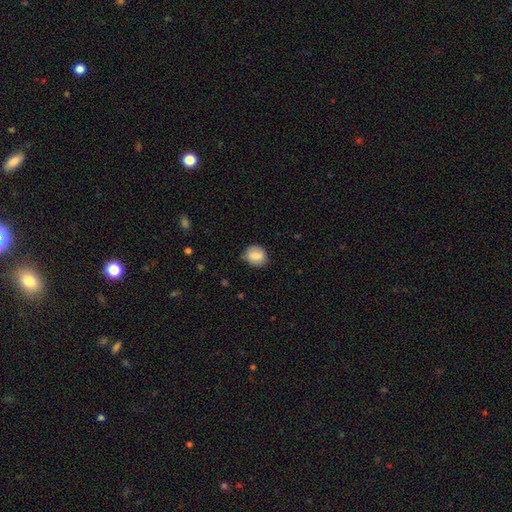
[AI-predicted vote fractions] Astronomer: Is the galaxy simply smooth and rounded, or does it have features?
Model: smooth — 85%.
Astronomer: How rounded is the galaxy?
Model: round — 69%.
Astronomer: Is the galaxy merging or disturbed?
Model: none — 76%.